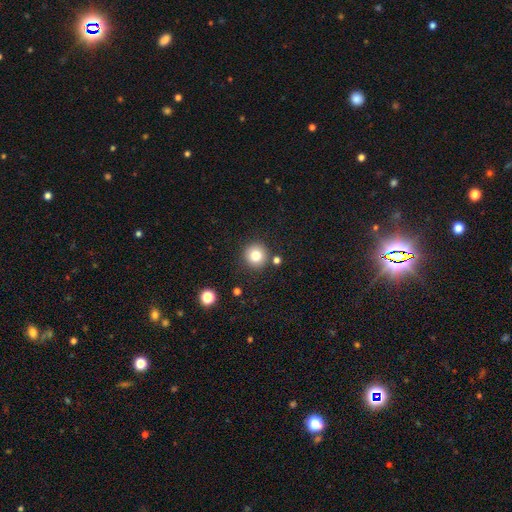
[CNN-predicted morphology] Q: Smooth or featured?
A: smooth (80%); runner-up: star or artifact (11%)
Q: How rounded?
A: round (94%); runner-up: in between (5%)
Q: Merging?
A: none (87%); runner-up: minor disturbance (7%)